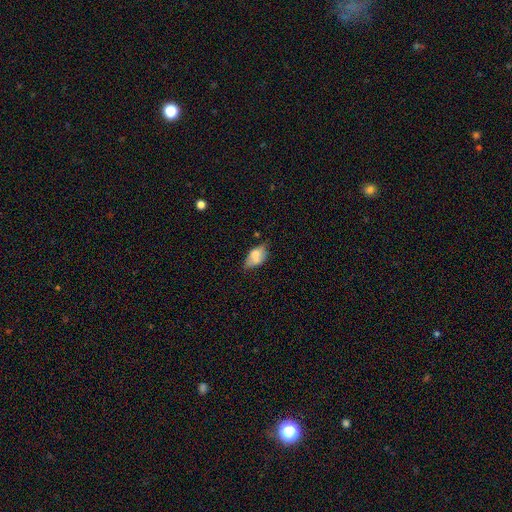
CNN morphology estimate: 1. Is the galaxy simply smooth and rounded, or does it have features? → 63% smooth, 28% featured or disk, 9% star or artifact.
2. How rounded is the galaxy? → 89% in between, 6% round, 6% cigar-shaped.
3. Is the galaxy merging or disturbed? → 48% none, 30% minor disturbance, 11% merger, 11% major disturbance.